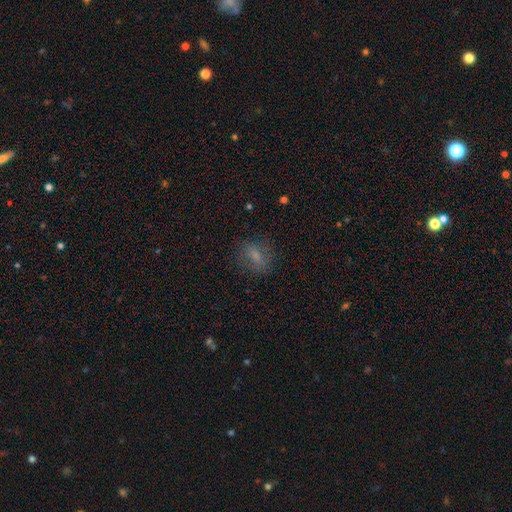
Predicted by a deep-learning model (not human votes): This appears to be a smooth galaxy with no disk features (70%) that is in between round and cigar-shaped (61%). Merging: none (77%).